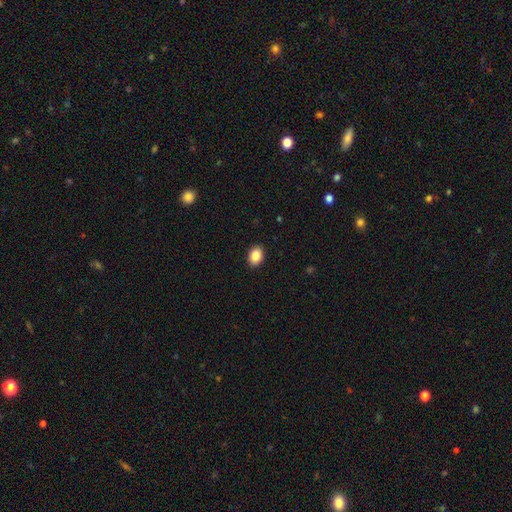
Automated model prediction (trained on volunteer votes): smooth 87%, star or artifact 8%, featured or disk 5%. Down the decision tree: how rounded — in between (76%); merging — none (91%).